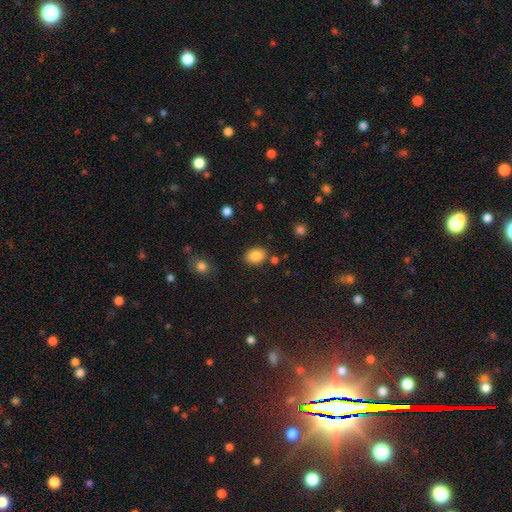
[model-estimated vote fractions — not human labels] This is clearly a smooth galaxy (85%). How rounded: likely in between (68%). Merging: clearly none (82%).